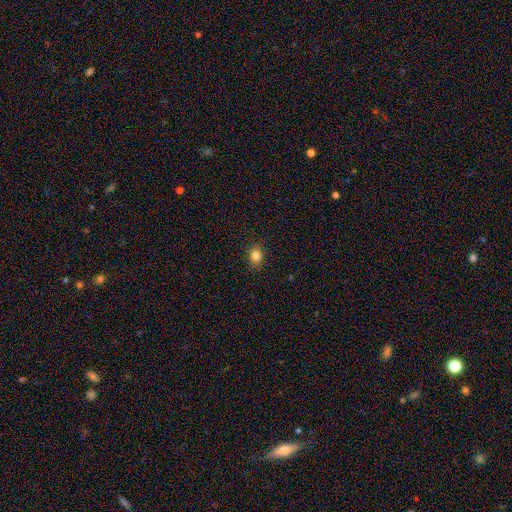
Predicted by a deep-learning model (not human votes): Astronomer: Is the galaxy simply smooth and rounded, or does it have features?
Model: smooth — 84%.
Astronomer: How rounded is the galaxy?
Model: in between — 56% (runner-up: round, 42%).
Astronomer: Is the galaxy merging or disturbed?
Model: none — 89%.